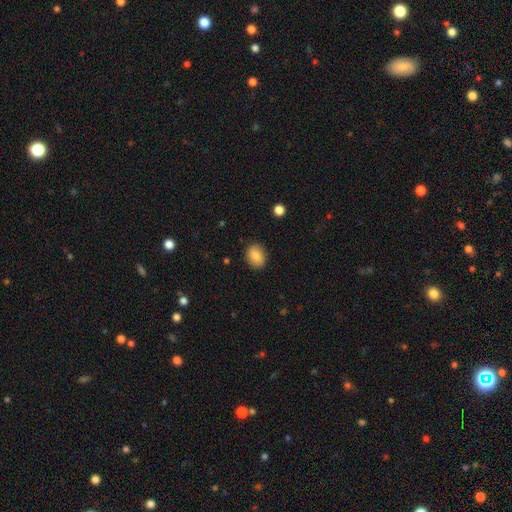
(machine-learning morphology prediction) This appears to be a smooth galaxy with no disk features (86%) that is in between round and cigar-shaped (59%). Merging: none (88%).